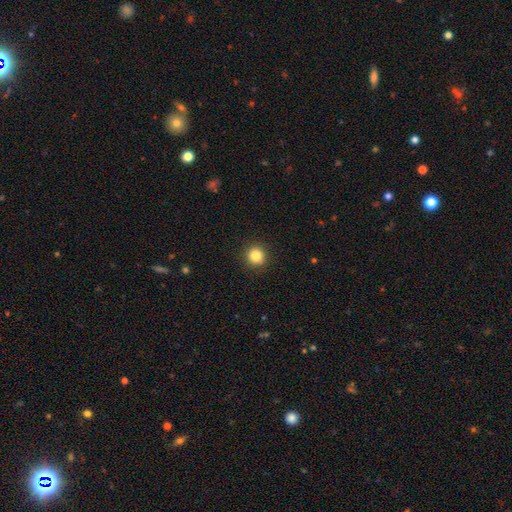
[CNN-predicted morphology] A smooth galaxy with no disk features (84%) that is round (94%). Merging: none (92%).